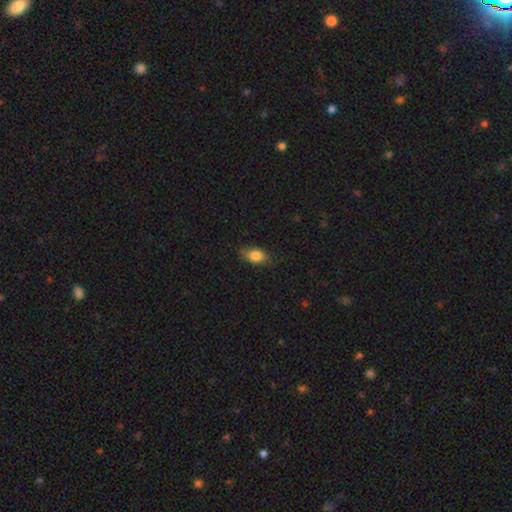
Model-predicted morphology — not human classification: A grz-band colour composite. It shows a smooth galaxy with no disk features (84%) that is in between round and cigar-shaped (84%). Merging: none (76%).